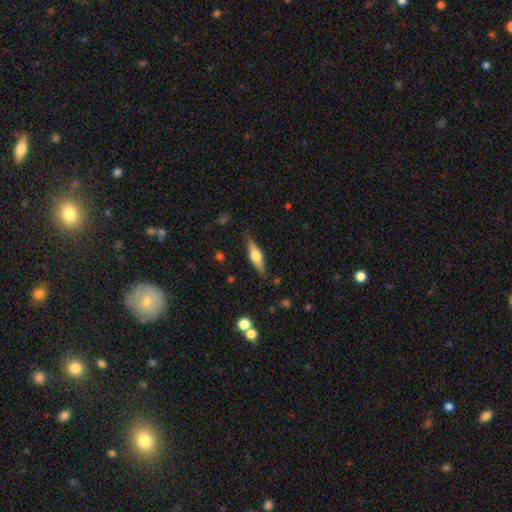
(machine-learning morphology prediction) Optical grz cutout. It shows a featured or disk galaxy (51%) viewed edge-on (95%). Merging: none (85%).